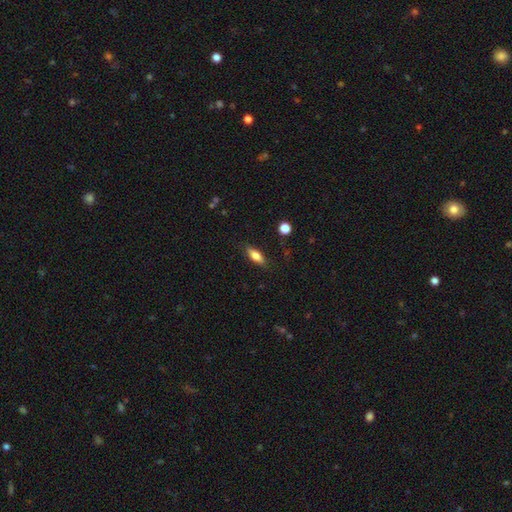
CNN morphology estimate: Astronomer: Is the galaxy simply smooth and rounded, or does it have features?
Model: smooth — 73%.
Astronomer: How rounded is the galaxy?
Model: in between — 68%.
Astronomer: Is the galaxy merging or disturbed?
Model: none — 84%.